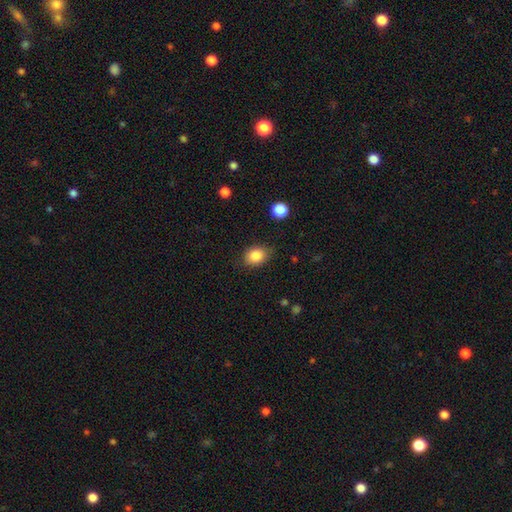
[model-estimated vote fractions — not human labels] smooth_or_featured: smooth (p=0.85) [alt: star or artifact p=0.09]
how_rounded: in between (p=0.63) [alt: round p=0.36]
merging: none (p=0.82) [alt: minor disturbance p=0.14]